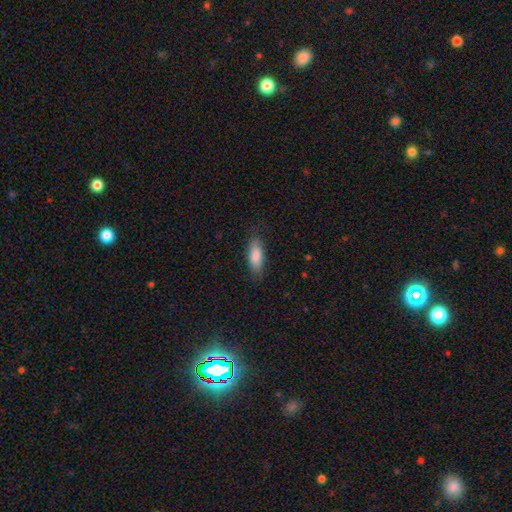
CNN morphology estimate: A smooth galaxy with no disk features (83%) that is in between round and cigar-shaped (67%). Merging: none (83%).